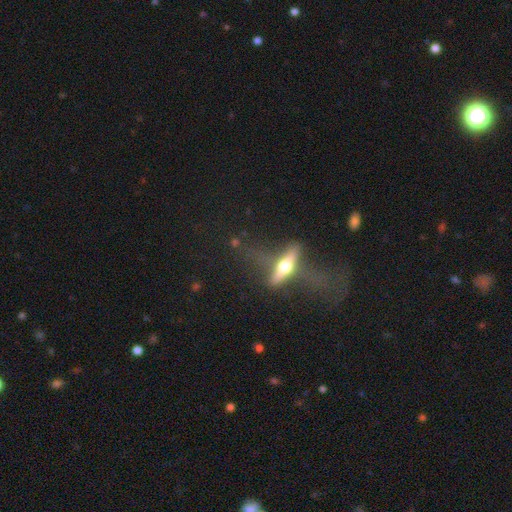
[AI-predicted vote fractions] smooth_or_featured: featured or disk (p=0.65) [alt: smooth p=0.19]
disk_edge_on: yes (p=0.74) [alt: no p=0.26]
merging: major disturbance (p=0.42) [alt: none p=0.36]